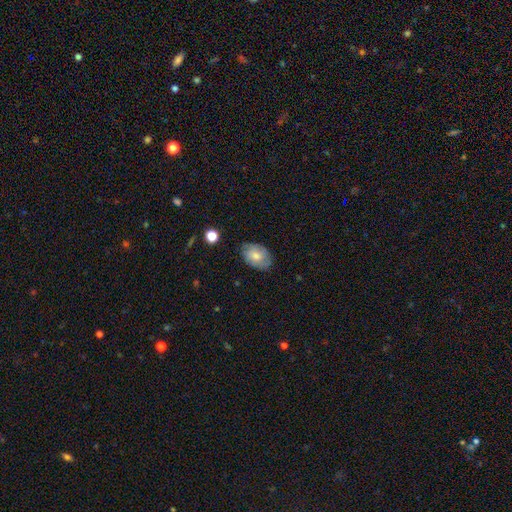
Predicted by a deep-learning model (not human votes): smooth 68%, featured or disk 25%, star or artifact 7%. Down the decision tree: how rounded — in between (82%); merging — none (75%).